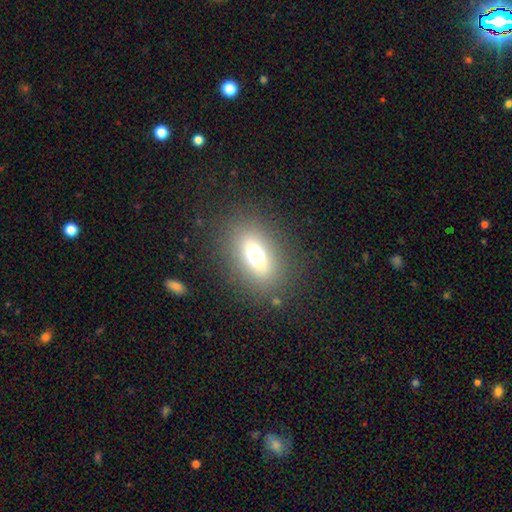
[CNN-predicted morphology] smooth_or_featured: smooth (p=0.67) [alt: featured or disk p=0.19]
how_rounded: in between (p=0.76) [alt: round p=0.15]
merging: none (p=0.84) [alt: minor disturbance p=0.09]